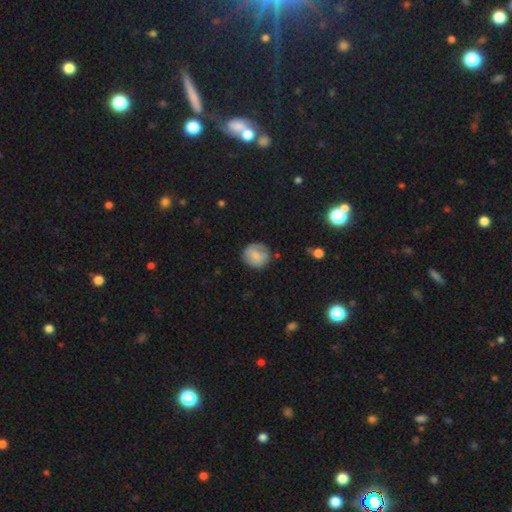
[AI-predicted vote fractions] Smooth or featured? smooth (73%)
How rounded? round (89%)
Merging? none (75%)